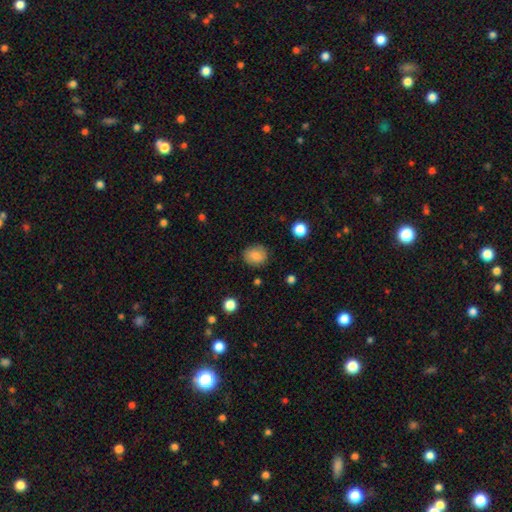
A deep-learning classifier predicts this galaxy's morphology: smooth-or-featured: smooth: 82% | featured or disk: 10% | star or artifact: 9%
  how-rounded: round: 74% | in between: 25% | cigar-shaped: 1%
  merging: none: 84% | minor disturbance: 12% | major disturbance: 3% | merger: 1%